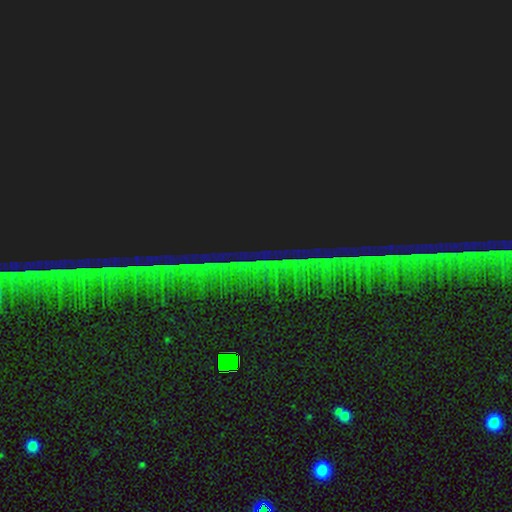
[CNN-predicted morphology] smooth_or_featured: star or artifact (p=0.87) [alt: featured or disk p=0.07]